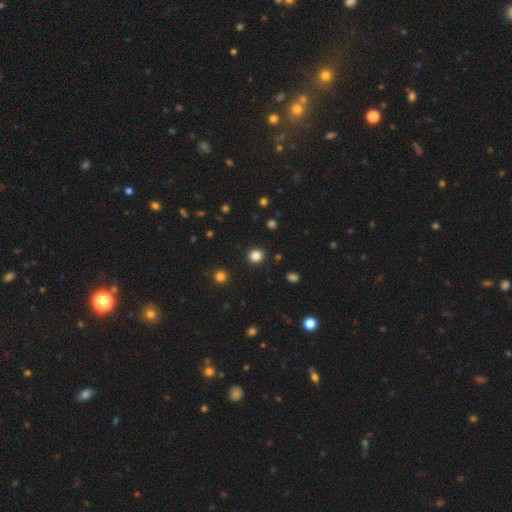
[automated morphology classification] smooth_or_featured: smooth (p=0.84) [alt: star or artifact p=0.12]
how_rounded: round (p=0.84) [alt: in between p=0.15]
merging: none (p=0.91) [alt: minor disturbance p=0.06]